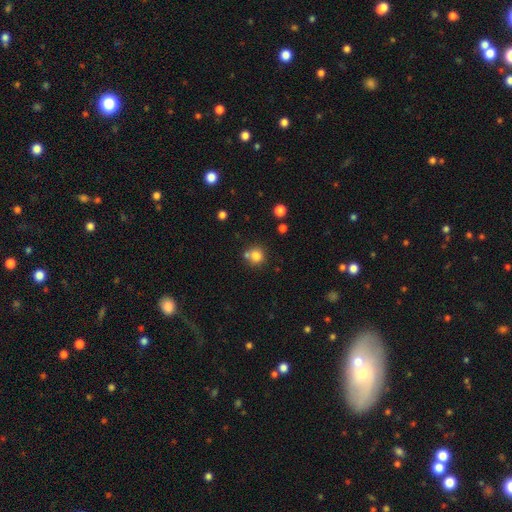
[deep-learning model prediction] This appears to be a smooth galaxy with no disk features (80%) that is round (90%). Merging: none (64%).